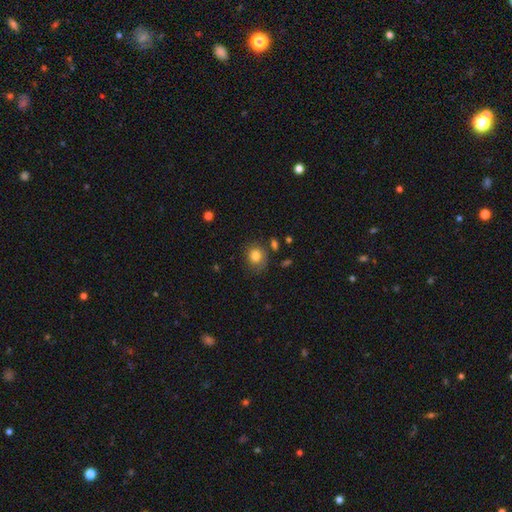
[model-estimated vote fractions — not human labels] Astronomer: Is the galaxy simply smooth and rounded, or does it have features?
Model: smooth — 77%.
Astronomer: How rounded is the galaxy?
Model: round — 71%.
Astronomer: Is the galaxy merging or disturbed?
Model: none — 69%.